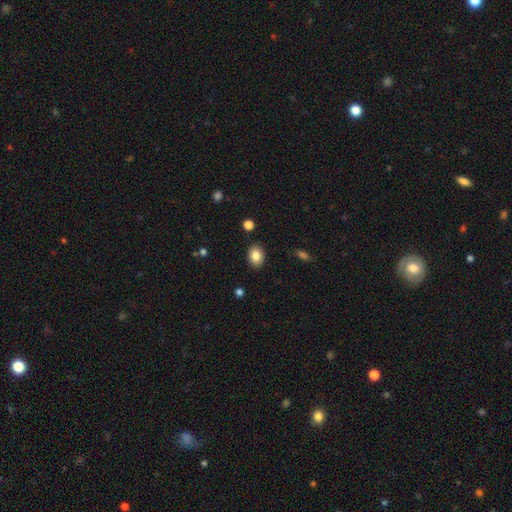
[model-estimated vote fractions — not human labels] This appears to be a smooth galaxy with no disk features (84%) that is in between round and cigar-shaped (68%). Merging: none (89%).